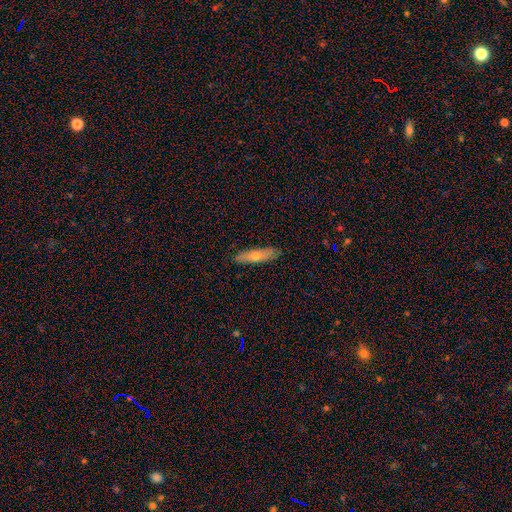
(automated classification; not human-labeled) Smooth or featured: smooth — 57% (featured or disk — 36%)
How rounded: cigar-shaped — 76% (in between — 22%)
Merging: none — 87% (minor disturbance — 10%)